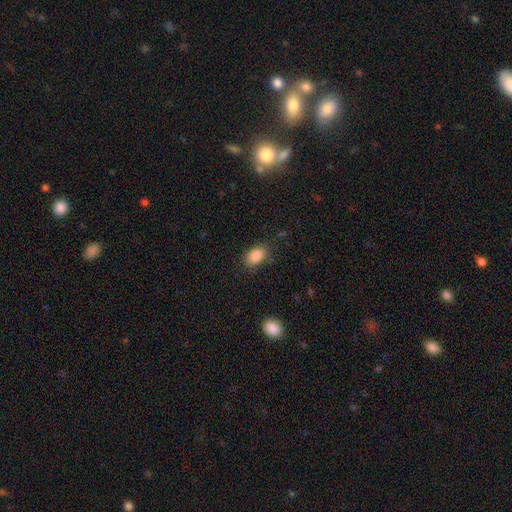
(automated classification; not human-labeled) Smooth or featured? smooth (87%)
How rounded? in between (88%)
Merging? none (81%)